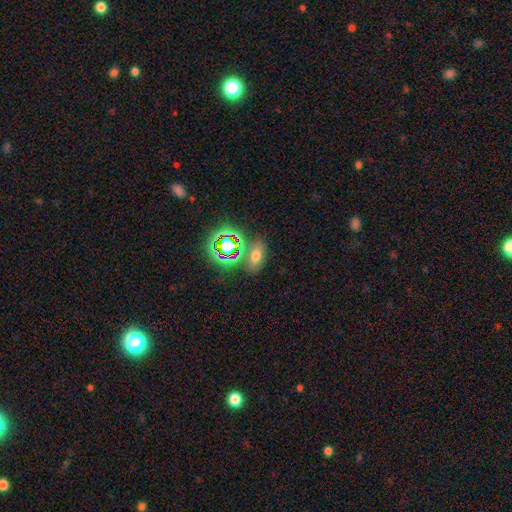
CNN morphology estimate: The model was most divided on "smooth or featured": smooth: 56%, star or artifact: 30%, featured or disk: 13%. More confident: how rounded — in between (81%); merging — none (72%).